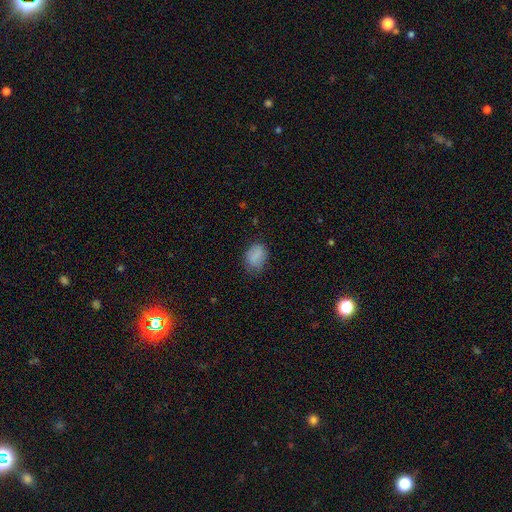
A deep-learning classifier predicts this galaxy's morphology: Smooth or featured?
  - smooth: 82% *
  - featured or disk: 9%
  - star or artifact: 9%
How rounded?
  - in between: 73% *
  - round: 26%
  - cigar-shaped: 2%
Merging?
  - none: 70% *
  - minor disturbance: 22%
  - major disturbance: 6%
  - merger: 1%